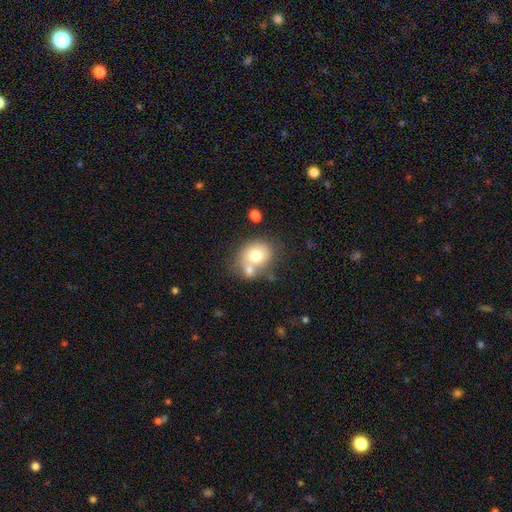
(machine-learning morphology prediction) Smooth or featured?
  - smooth: 72% *
  - featured or disk: 19%
  - star or artifact: 10%
How rounded?
  - round: 64% *
  - in between: 35%
  - cigar-shaped: 1%
Merging?
  - none: 43% *
  - merger: 39%
  - minor disturbance: 13%
  - major disturbance: 5%